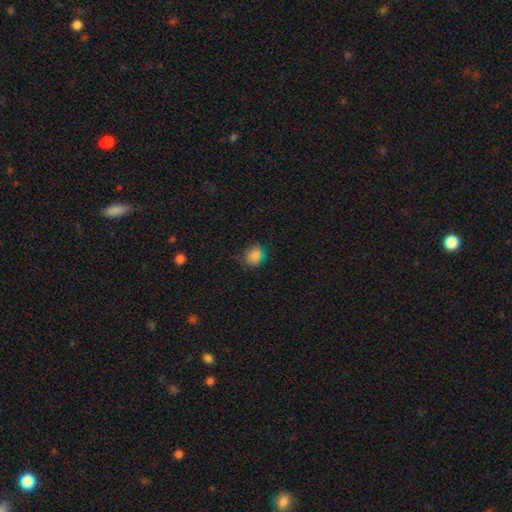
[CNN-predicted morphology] Smooth or featured? Predicted: smooth (p=0.80). How rounded? Predicted: round (p=0.67). Merging? Predicted: none (p=0.74).